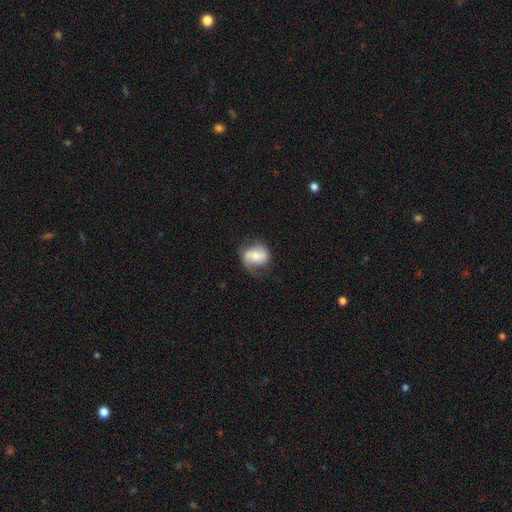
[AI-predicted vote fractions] A featured or disk galaxy (50%).

Vote fractions:
- Smooth or featured? featured or disk: 50% / smooth: 43% / star or artifact: 7%
- Edge-on disk? no: 96% / yes: 4%
- Merging? none: 61% / minor disturbance: 26% / major disturbance: 12% / merger: 2%